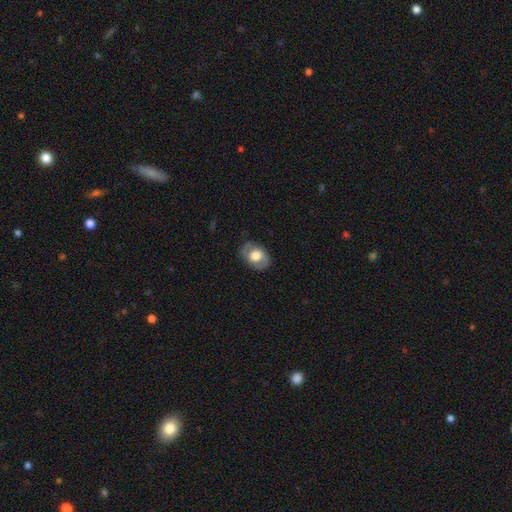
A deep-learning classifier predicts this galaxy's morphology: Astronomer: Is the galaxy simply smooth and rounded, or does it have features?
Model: featured or disk — 48% (runner-up: smooth, 45%).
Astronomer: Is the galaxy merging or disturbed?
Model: none — 78%.